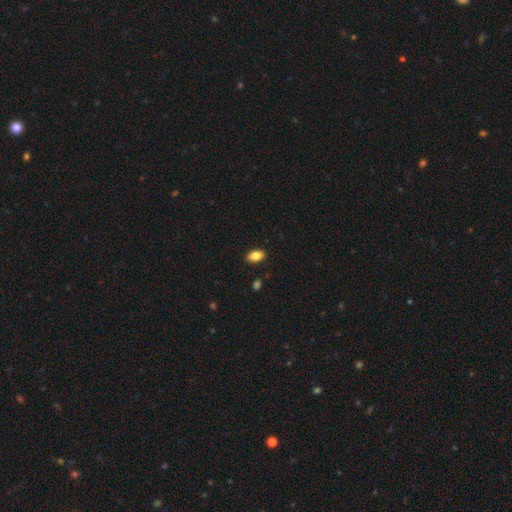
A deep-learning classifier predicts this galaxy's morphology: smooth_or_featured: smooth (p=0.85) [alt: star or artifact p=0.08]
how_rounded: in between (p=0.91) [alt: round p=0.06]
merging: none (p=0.88) [alt: minor disturbance p=0.08]